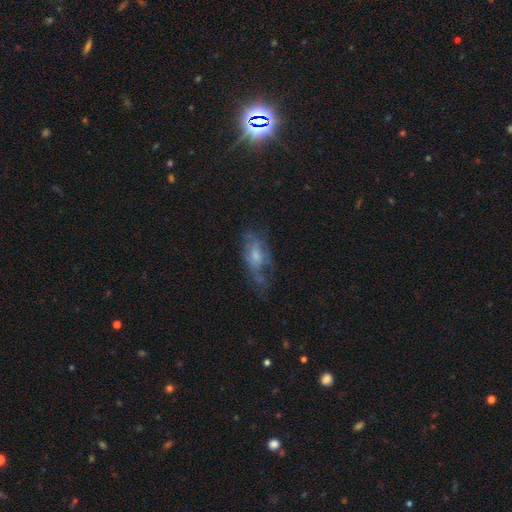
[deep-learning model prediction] A featured or disk galaxy (51%). Merging: none (44%).